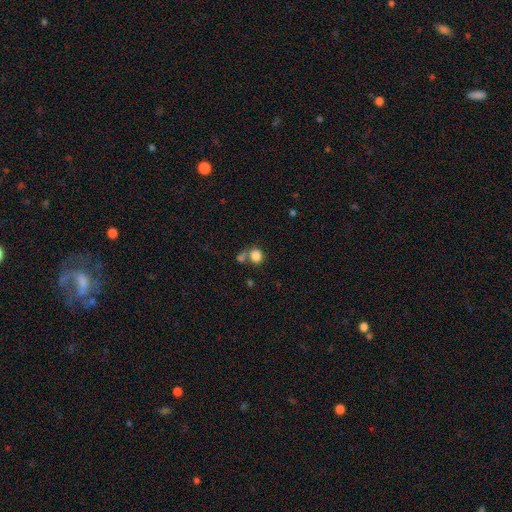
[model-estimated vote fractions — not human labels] Smooth or featured? smooth (83%)
How rounded? round (69%)
Merging? none (53%)